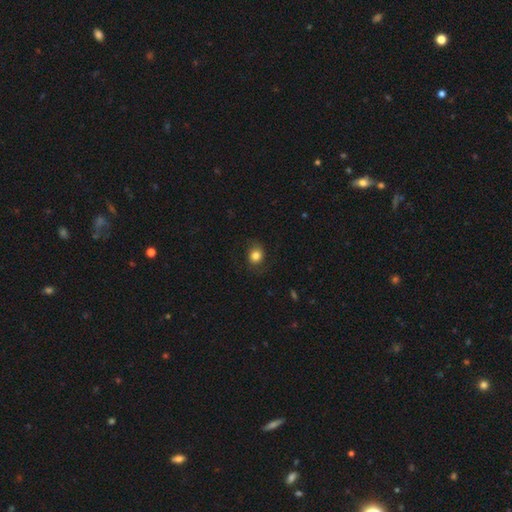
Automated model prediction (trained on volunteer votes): Smooth or featured: smooth — 82% (star or artifact — 10%)
How rounded: round — 67% (in between — 32%)
Merging: none — 76% (minor disturbance — 17%)